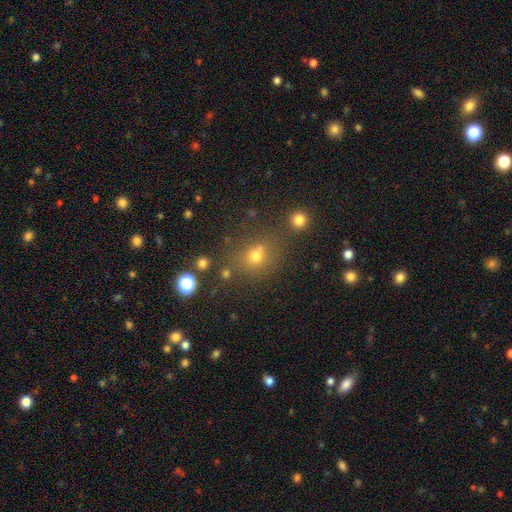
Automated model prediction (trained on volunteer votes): smooth_or_featured: smooth (p=0.68) [alt: star or artifact p=0.23]
how_rounded: round (p=0.73) [alt: in between p=0.26]
merging: none (p=0.66) [alt: merger p=0.17]